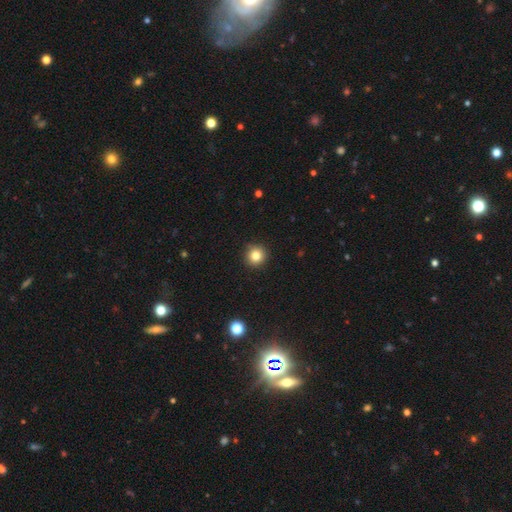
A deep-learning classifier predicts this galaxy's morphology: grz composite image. It shows a smooth galaxy with no disk features (83%) that is round (95%). Merging: none (91%).